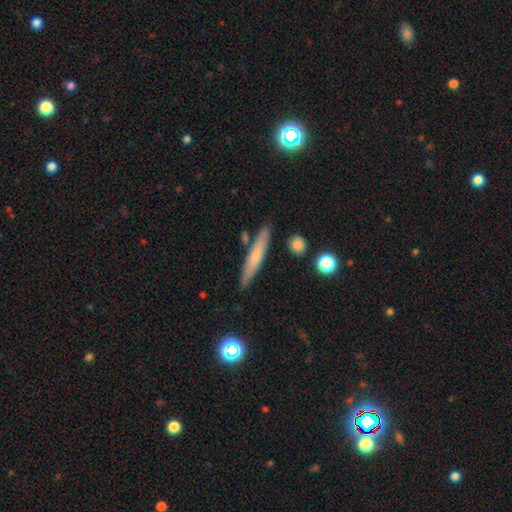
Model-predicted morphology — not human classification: smooth-or-featured: smooth: 60% | featured or disk: 33% | star or artifact: 7%
  how-rounded: cigar-shaped: 93% | in between: 6% | round: 2%
  merging: none: 85% | minor disturbance: 10% | merger: 4% | major disturbance: 2%